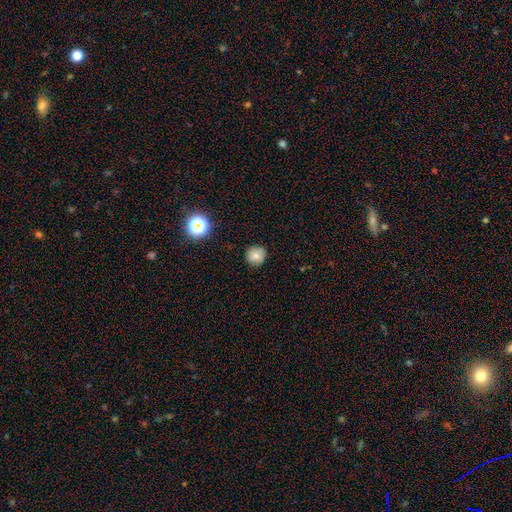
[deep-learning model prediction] This is likely a smooth galaxy (76%). How rounded: clearly round (92%). Merging: clearly none (86%).